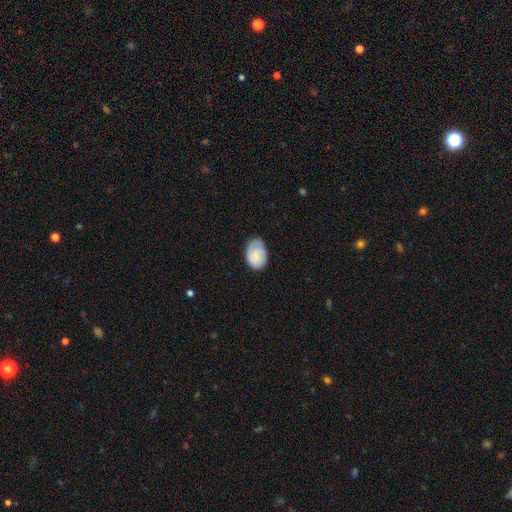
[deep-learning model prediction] This is likely a smooth galaxy (72%). How rounded: clearly in between (83%). Merging: likely none (63%).